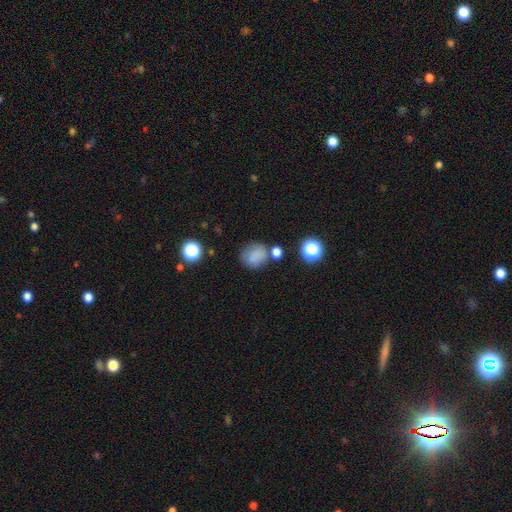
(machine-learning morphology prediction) smooth-or-featured: smooth: 76% | star or artifact: 14% | featured or disk: 10%
  how-rounded: round: 72% | in between: 27% | cigar-shaped: 1%
  merging: none: 62% | minor disturbance: 20% | merger: 9% | major disturbance: 8%